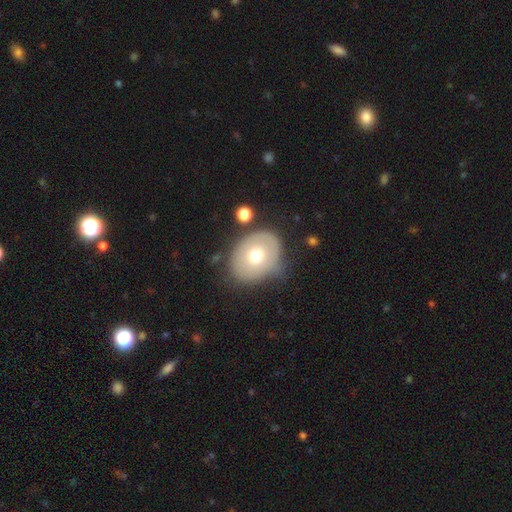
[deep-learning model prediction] A smooth galaxy with no disk features (60%) that is round (50%).

Vote fractions:
- Smooth or featured? smooth: 60% / featured or disk: 32% / star or artifact: 8%
- How rounded? round: 50% / in between: 49% / cigar-shaped: 1%
- Merging? none: 66% / minor disturbance: 21% / major disturbance: 8% / merger: 5%